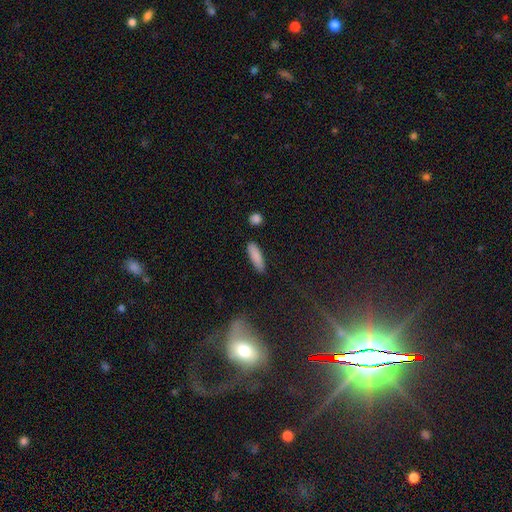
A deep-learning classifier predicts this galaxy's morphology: The model was most divided on "how rounded": cigar-shaped: 59%, in between: 40%, round: 2%. More confident: smooth or featured — smooth (86%); merging — none (86%).